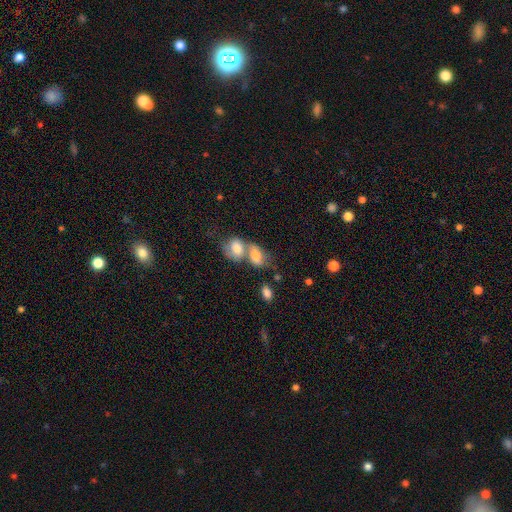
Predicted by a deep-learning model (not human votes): This is likely a smooth galaxy (75%). How rounded: clearly in between (82%). Merging: likely merger (66%).